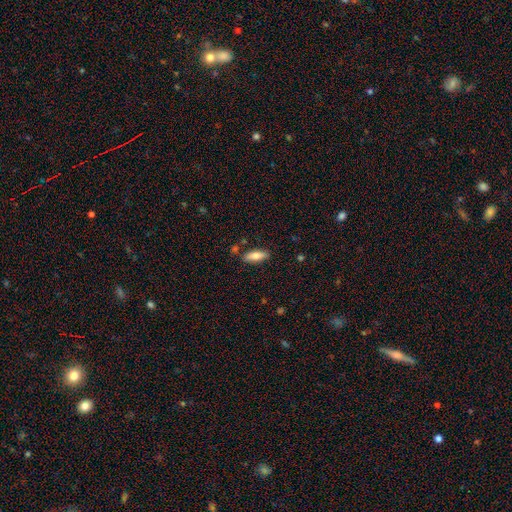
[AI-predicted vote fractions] Q: Smooth or featured?
A: smooth (77%); runner-up: featured or disk (17%)
Q: How rounded?
A: in between (64%); runner-up: cigar-shaped (34%)
Q: Merging?
A: none (83%); runner-up: minor disturbance (11%)